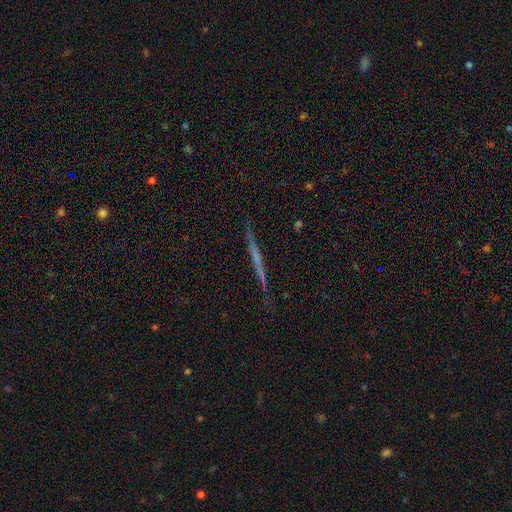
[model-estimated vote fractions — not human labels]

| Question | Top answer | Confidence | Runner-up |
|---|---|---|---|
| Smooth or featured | featured or disk | 64% | smooth (27%) |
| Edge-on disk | yes | 97% | no (3%) |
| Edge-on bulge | none | 76% | rounded (16%) |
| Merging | none | 86% | minor disturbance (10%) |